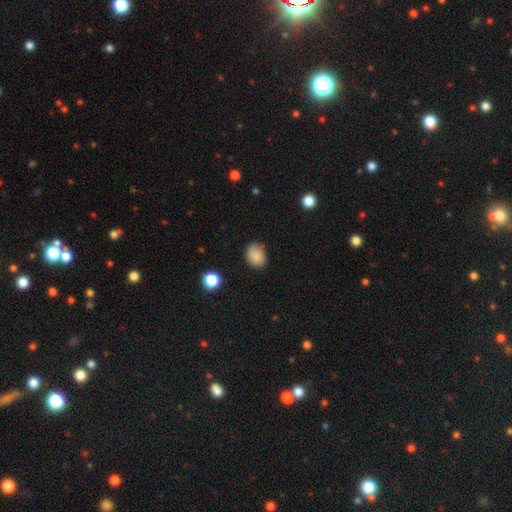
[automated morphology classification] Smooth or featured? Predicted: smooth (p=0.85). How rounded? Predicted: in between (p=0.50). Merging? Predicted: none (p=0.75).